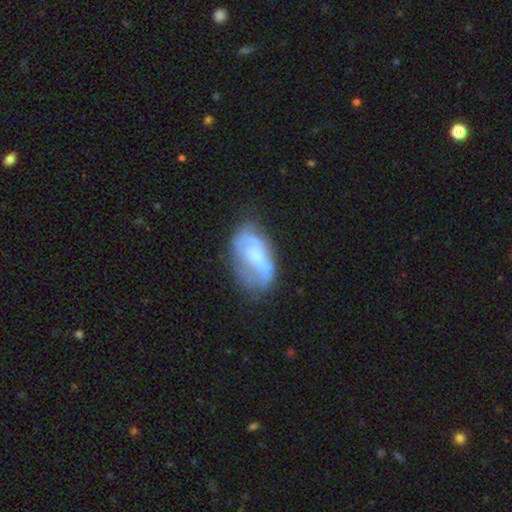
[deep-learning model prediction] This appears to be a featured or disk galaxy (58%) with no bar (44%), no spiral arms (52%) and a moderate central bulge (41%). Merging: none (47%).